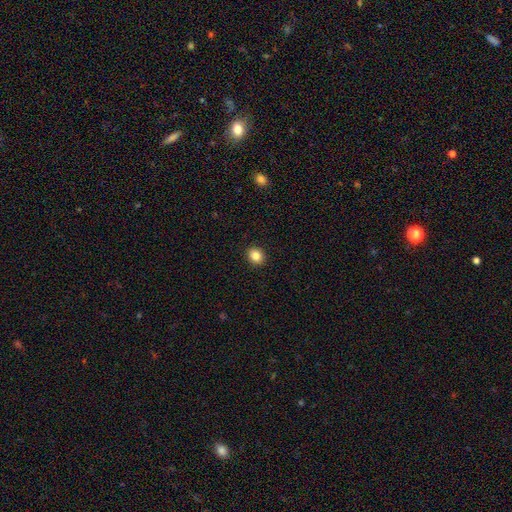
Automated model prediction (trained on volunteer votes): This is clearly a smooth galaxy (84%). How rounded: likely round (65%). Merging: clearly none (92%).